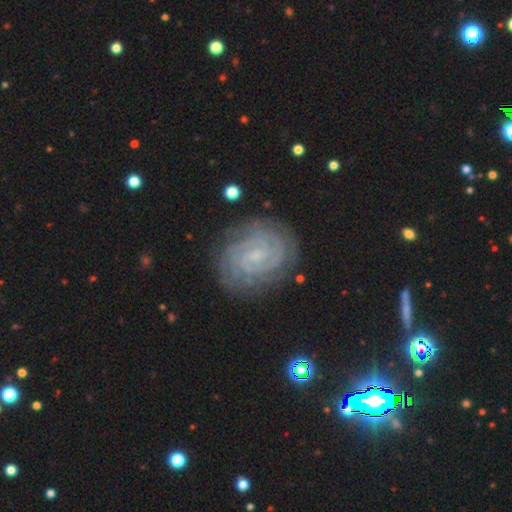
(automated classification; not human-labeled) smooth_or_featured: featured or disk (p=0.84) [alt: star or artifact p=0.08]
disk_edge_on: no (p=0.98) [alt: yes p=0.02]
bar: weak (p=0.47) [alt: no p=0.38]
has_spiral_arms: yes (p=0.97) [alt: no p=0.03]
spiral_winding: tight (p=0.80) [alt: medium p=0.17]
spiral_arm_count: 2 (p=0.40) [alt: can't tell p=0.24]
bulge_size: small (p=0.73) [alt: moderate p=0.13]
merging: none (p=0.82) [alt: minor disturbance p=0.13]